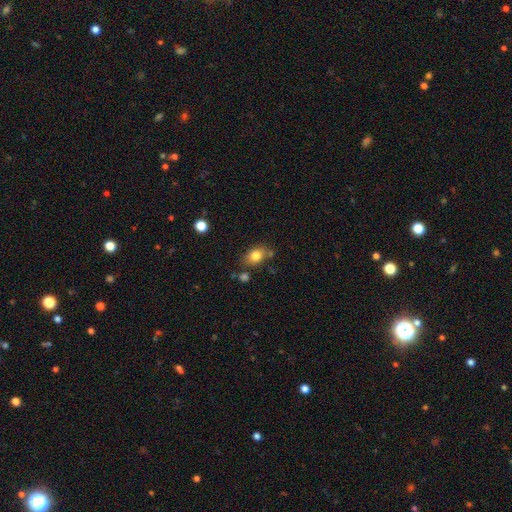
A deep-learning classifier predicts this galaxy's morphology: smooth-or-featured: smooth: 81% | featured or disk: 10% | star or artifact: 10%
  how-rounded: in between: 69% | round: 29% | cigar-shaped: 2%
  merging: none: 71% | minor disturbance: 17% | merger: 8% | major disturbance: 5%